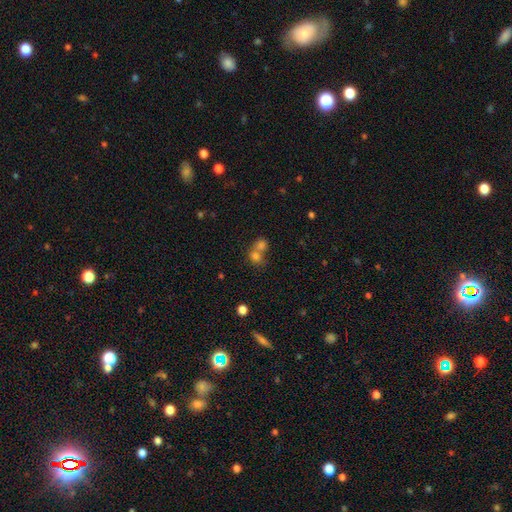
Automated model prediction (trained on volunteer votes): Overall: smooth (75%). How rounded: round (64%; in between 35%). Merging: merger (61%; none 30%).